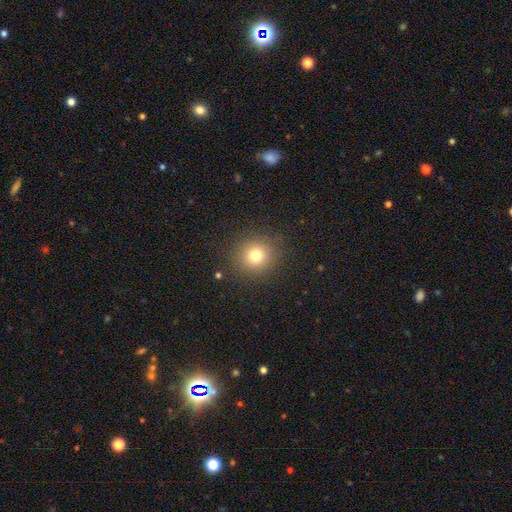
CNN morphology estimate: A smooth galaxy with no disk features (76%) that is round (91%). Merging: none (89%).